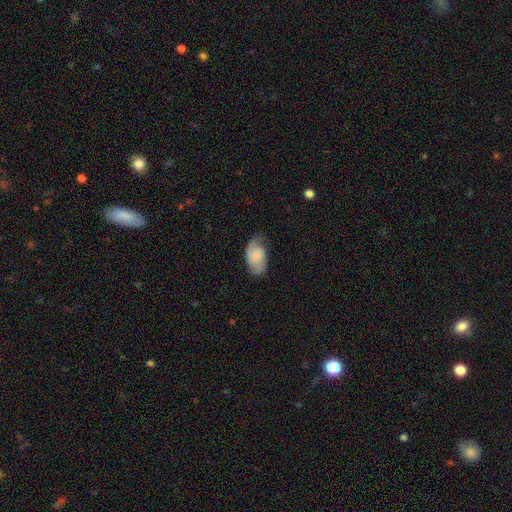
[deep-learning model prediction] This appears to be a smooth galaxy with no disk features (59%) that is in between round and cigar-shaped (92%). Merging: none (52%).